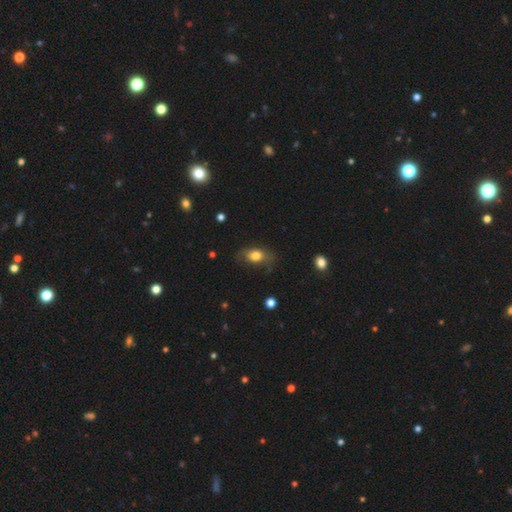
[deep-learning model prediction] The model was most divided on "merging": none: 65%, minor disturbance: 24%, major disturbance: 10%, merger: 2%. More confident: how rounded — in between (81%); smooth or featured — smooth (73%).